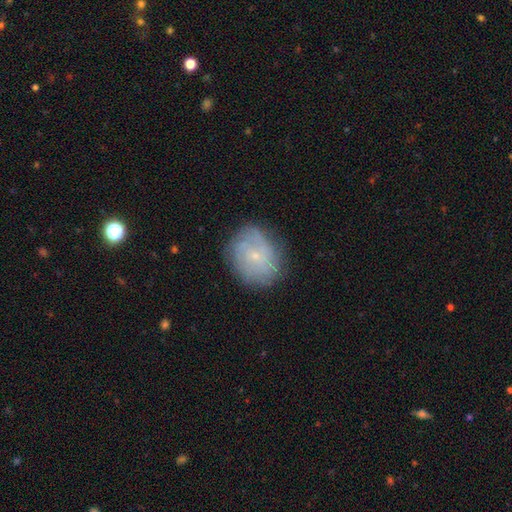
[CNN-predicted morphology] A featured or disk galaxy (53%) with no bar (74%), spiral arms (76%) and a small central bulge (82%). Merging: none (76%).